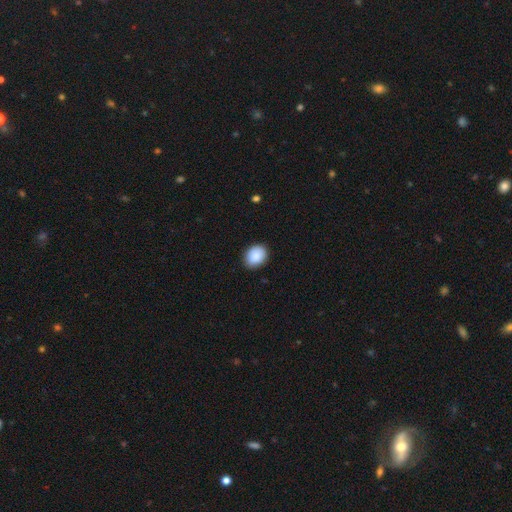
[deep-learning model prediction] smooth-or-featured: smooth: 89% | star or artifact: 7% | featured or disk: 4%
  how-rounded: in between: 57% | round: 42% | cigar-shaped: 1%
  merging: none: 88% | minor disturbance: 9% | major disturbance: 2% | merger: 1%